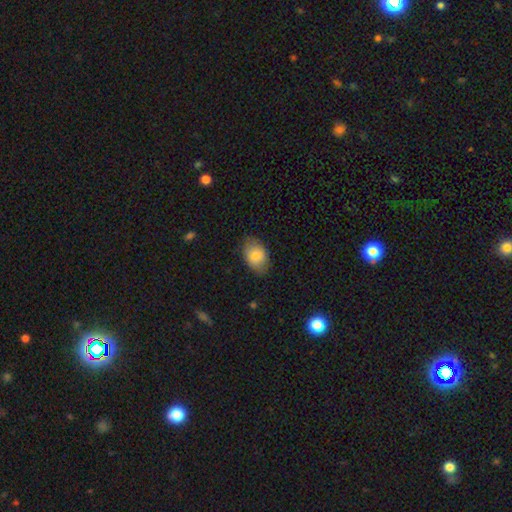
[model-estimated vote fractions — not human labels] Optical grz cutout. It shows a smooth galaxy with no disk features (85%) that is in between round and cigar-shaped (84%). Merging: none (80%).